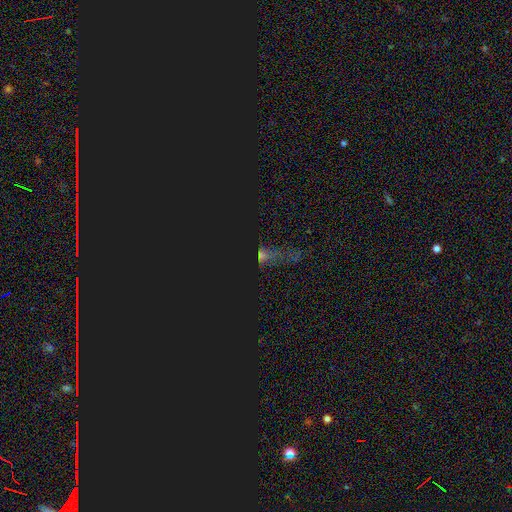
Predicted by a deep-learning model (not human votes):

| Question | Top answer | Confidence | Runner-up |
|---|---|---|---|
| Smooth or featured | star or artifact | 72% | smooth (17%) |